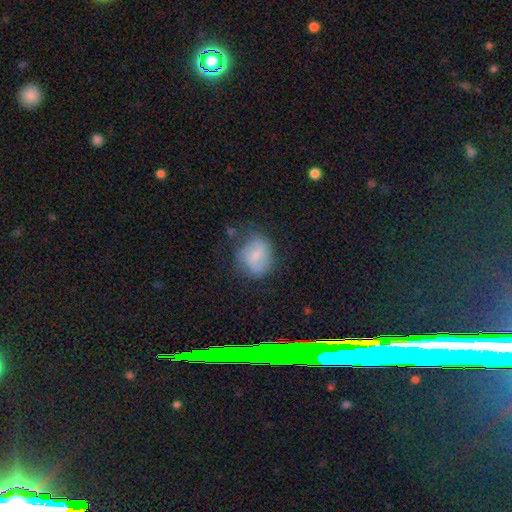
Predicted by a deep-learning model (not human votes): smooth 60%, featured or disk 30%, star or artifact 11%. Down the decision tree: how rounded — round (58%); merging — none (61%).